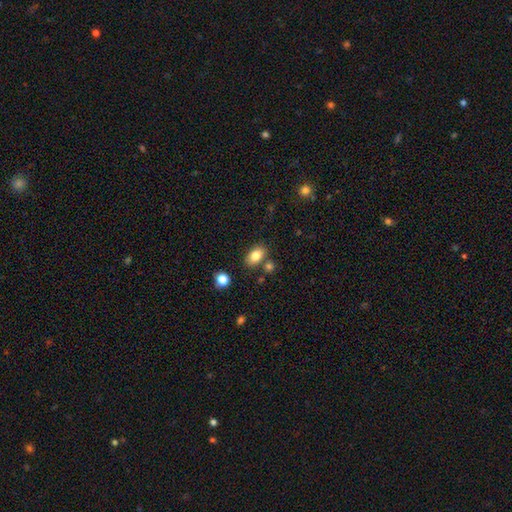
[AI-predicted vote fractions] Smooth or featured? smooth (83%)
How rounded? in between (87%)
Merging? none (77%)